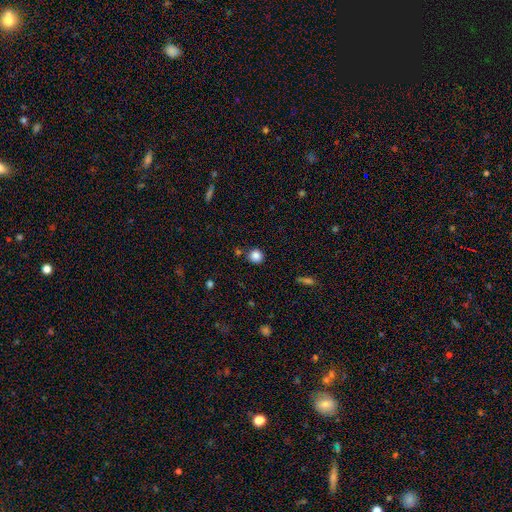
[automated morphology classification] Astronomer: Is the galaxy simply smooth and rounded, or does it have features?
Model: smooth — 85%.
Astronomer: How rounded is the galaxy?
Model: round — 91%.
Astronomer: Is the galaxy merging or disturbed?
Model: none — 83%.